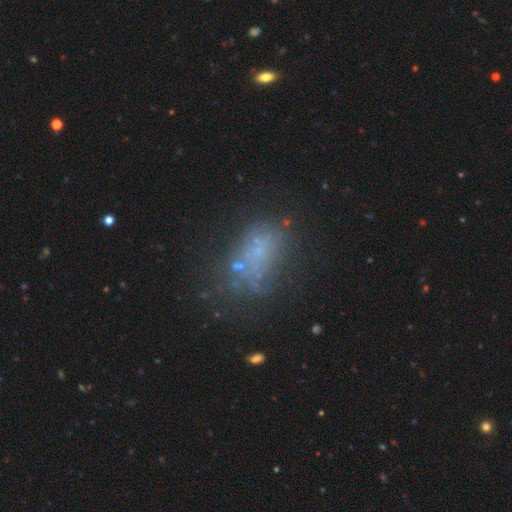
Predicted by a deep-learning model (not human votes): This is marginally a smooth galaxy (40%). Merging: marginally none (40%).